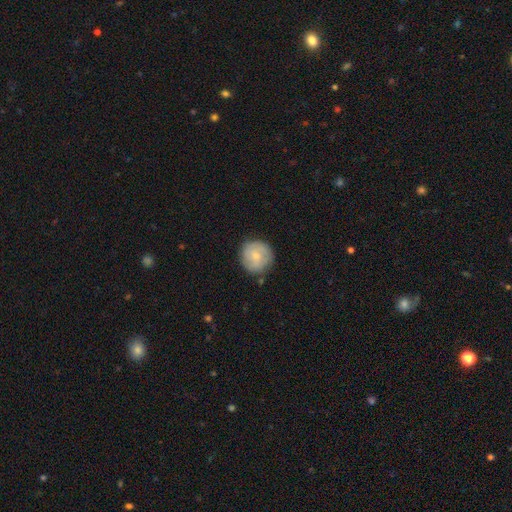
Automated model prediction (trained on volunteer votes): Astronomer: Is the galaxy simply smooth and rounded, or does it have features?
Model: smooth — 67%.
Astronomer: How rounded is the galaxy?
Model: round — 94%.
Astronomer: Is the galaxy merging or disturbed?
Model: none — 80%.